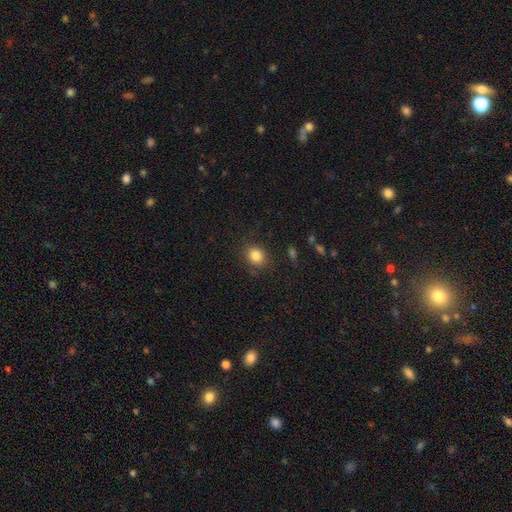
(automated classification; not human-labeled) This is clearly a smooth galaxy (84%). How rounded: likely round (70%). Merging: clearly none (82%).